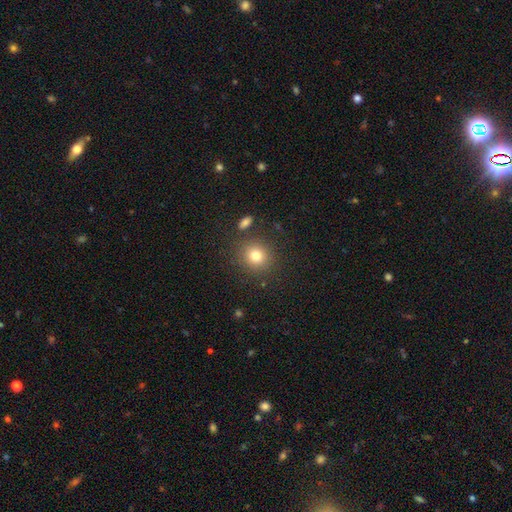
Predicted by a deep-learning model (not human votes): This is likely a smooth galaxy (80%). How rounded: clearly round (87%). Merging: clearly none (84%).